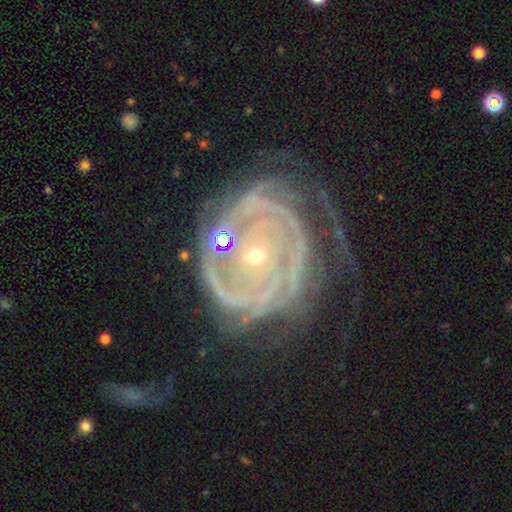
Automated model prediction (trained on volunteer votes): The model was most divided on "spiral arm count": can't tell: 27%, 2: 22%, 3: 19%, 4: 13%, more than 4: 11%, 1: 8%. Remaining: edge-on disk — no (97%); spiral arms — yes (94%); smooth or featured — featured or disk (88%); bulge size — small (78%); bar — no (75%); spiral winding — tight (75%); merging — none (47%).